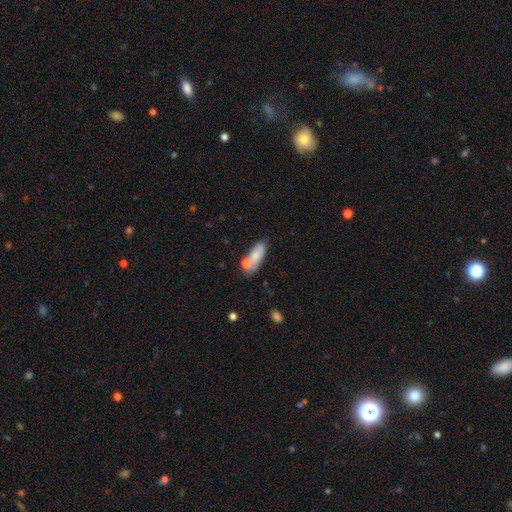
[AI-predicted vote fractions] Smooth or featured: smooth — 72% (featured or disk — 20%)
How rounded: in between — 77% (cigar-shaped — 19%)
Merging: none — 45% (merger — 28%)